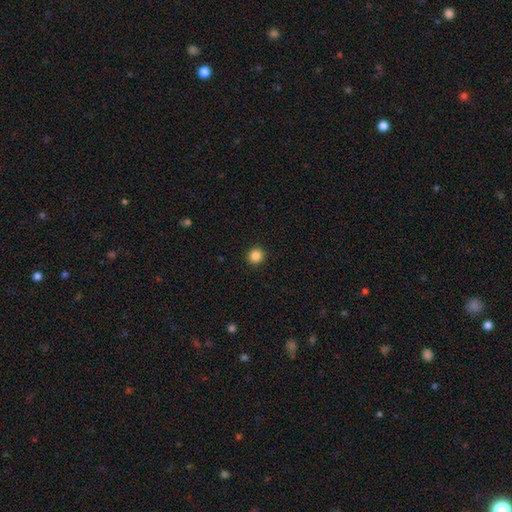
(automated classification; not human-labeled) smooth 86%, star or artifact 11%, featured or disk 3%. Down the decision tree: how rounded — round (94%); merging — none (93%).